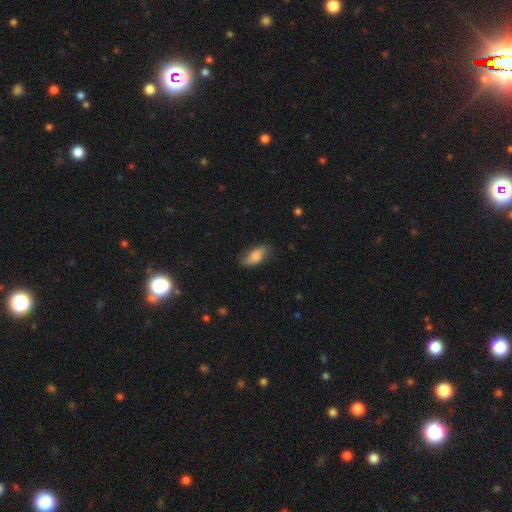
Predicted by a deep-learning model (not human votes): This is likely a smooth galaxy (73%). How rounded: clearly in between (84%). Merging: likely none (75%).